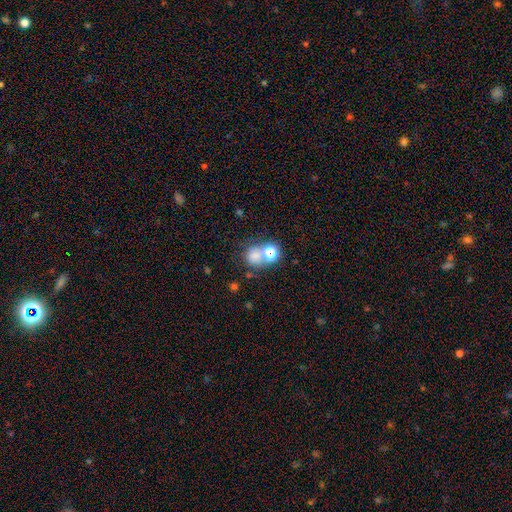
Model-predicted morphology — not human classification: Smooth or featured? Predicted: smooth (p=0.66). How rounded? Predicted: round (p=0.73). Merging? Predicted: none (p=0.45).